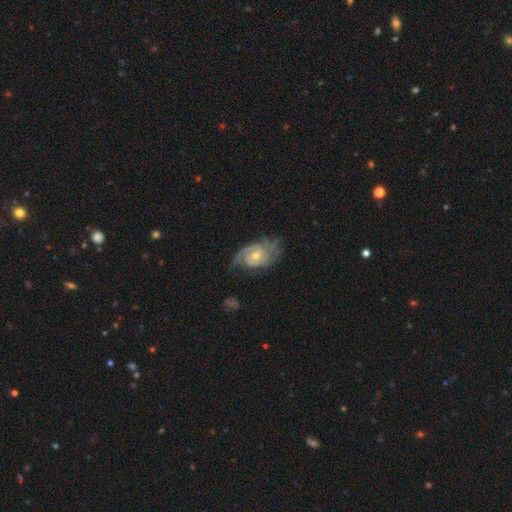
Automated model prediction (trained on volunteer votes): Q: Smooth or featured?
A: featured or disk (79%); runner-up: smooth (15%)
Q: Edge-on disk?
A: no (96%); runner-up: yes (4%)
Q: Bar?
A: no (72%); runner-up: weak (25%)
Q: Spiral arms?
A: yes (92%); runner-up: no (8%)
Q: Spiral winding?
A: tight (49%); runner-up: medium (36%)
Q: Spiral arm count?
A: 2 (43%); runner-up: can't tell (27%)
Q: Bulge size?
A: moderate (53%); runner-up: small (41%)
Q: Merging?
A: none (53%); runner-up: minor disturbance (26%)